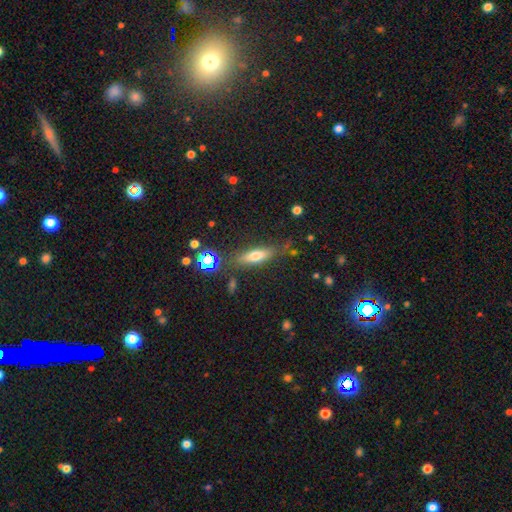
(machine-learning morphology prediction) A smooth galaxy with no disk features (62%) that is cigar-shaped (54%). Merging: none (75%).